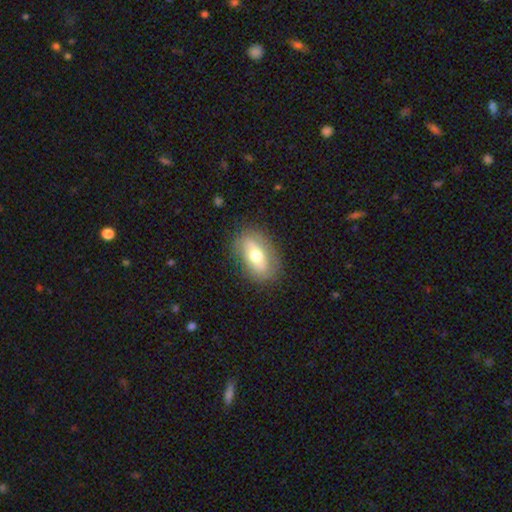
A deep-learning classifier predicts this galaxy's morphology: Smooth or featured? Predicted: smooth (p=0.56). How rounded? Predicted: in between (p=0.85). Merging? Predicted: none (p=0.80).